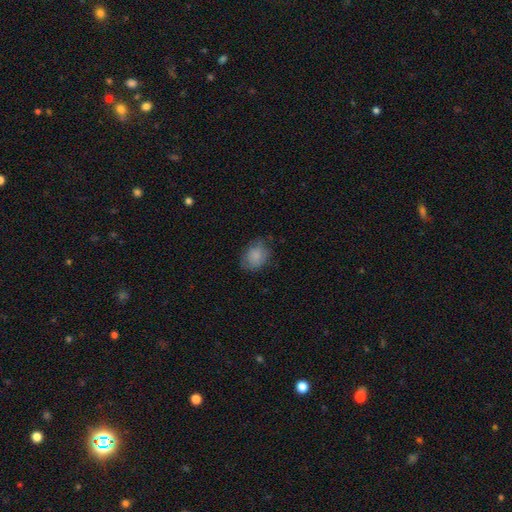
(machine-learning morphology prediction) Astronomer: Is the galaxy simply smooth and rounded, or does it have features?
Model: smooth — 82%.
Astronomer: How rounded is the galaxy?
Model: in between — 61% (runner-up: round, 38%).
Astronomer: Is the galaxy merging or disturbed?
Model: none — 68%.